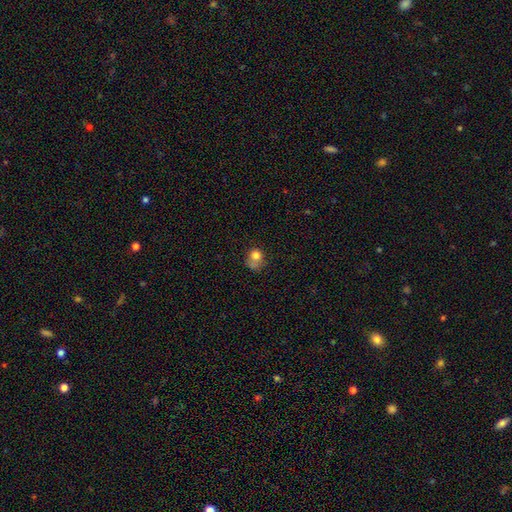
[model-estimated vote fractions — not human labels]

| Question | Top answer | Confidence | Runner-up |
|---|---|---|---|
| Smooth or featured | smooth | 76% | featured or disk (13%) |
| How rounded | round | 71% | in between (28%) |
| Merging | none | 37% | minor disturbance (25%) |